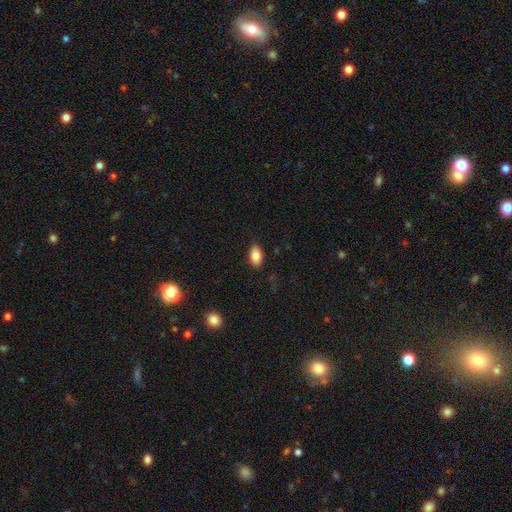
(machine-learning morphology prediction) The model was most divided on "merging": none: 82%, minor disturbance: 14%, major disturbance: 3%, merger: 1%. More confident: how rounded — in between (90%); smooth or featured — smooth (86%).